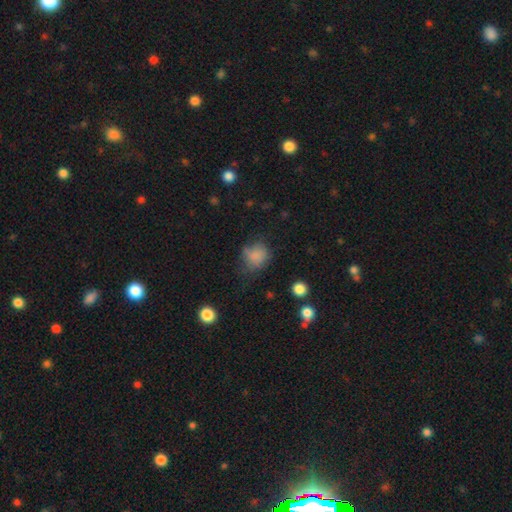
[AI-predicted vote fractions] Smooth or featured? Predicted: smooth (p=0.78). How rounded? Predicted: round (p=0.69). Merging? Predicted: none (p=0.51).